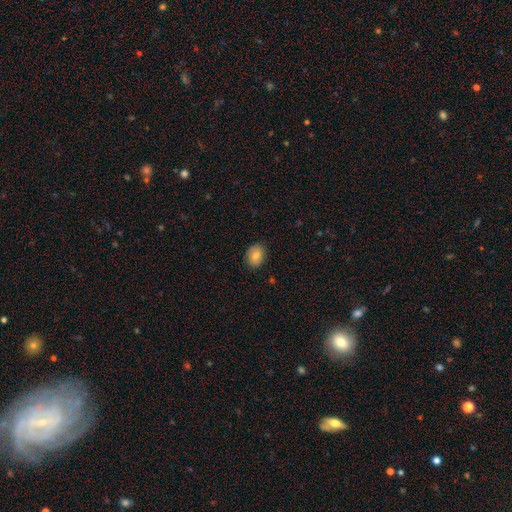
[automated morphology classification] Q: Smooth or featured?
A: smooth (82%); runner-up: featured or disk (10%)
Q: How rounded?
A: in between (61%); runner-up: round (38%)
Q: Merging?
A: none (87%); runner-up: minor disturbance (10%)